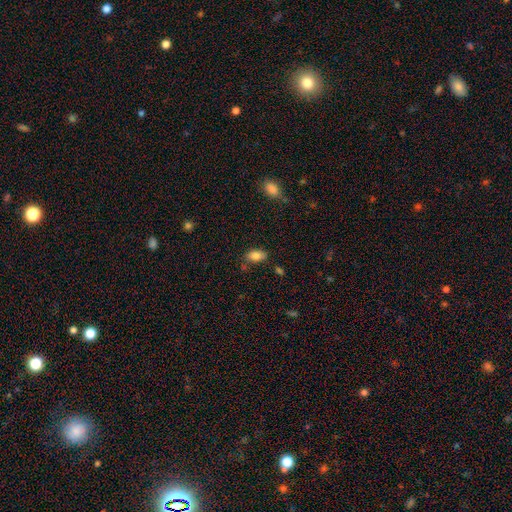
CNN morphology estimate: This is clearly a smooth galaxy (83%). How rounded: clearly in between (91%). Merging: likely none (73%).